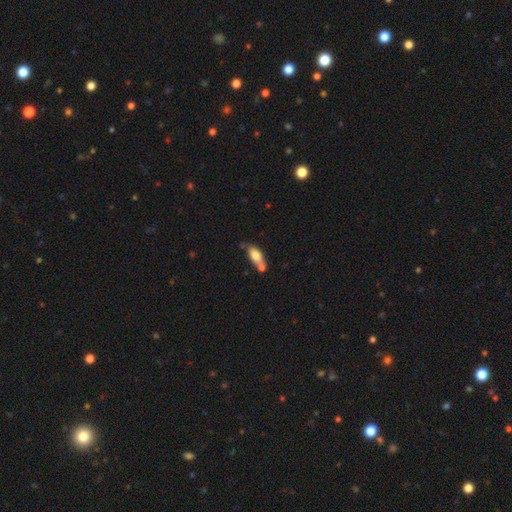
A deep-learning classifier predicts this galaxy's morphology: Smooth or featured? smooth (70%)
How rounded? in between (76%)
Merging? none (44%)